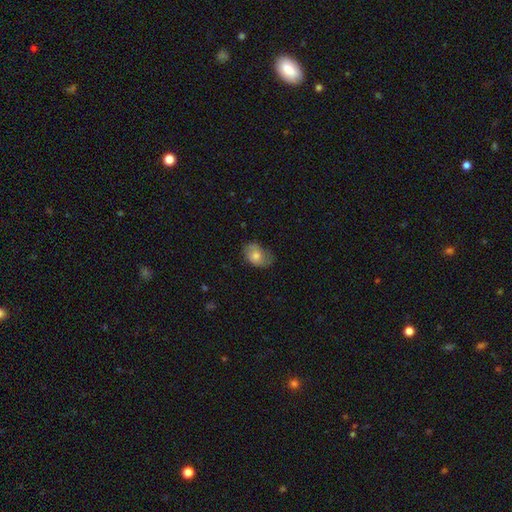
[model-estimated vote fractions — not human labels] A smooth galaxy with no disk features (66%) that is in between round and cigar-shaped (80%). Merging: none (60%).